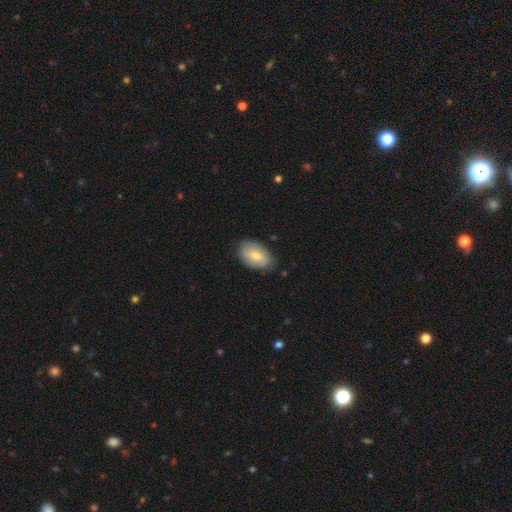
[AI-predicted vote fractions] A smooth galaxy with no disk features (65%) that is in between round and cigar-shaped (89%). Merging: none (78%).